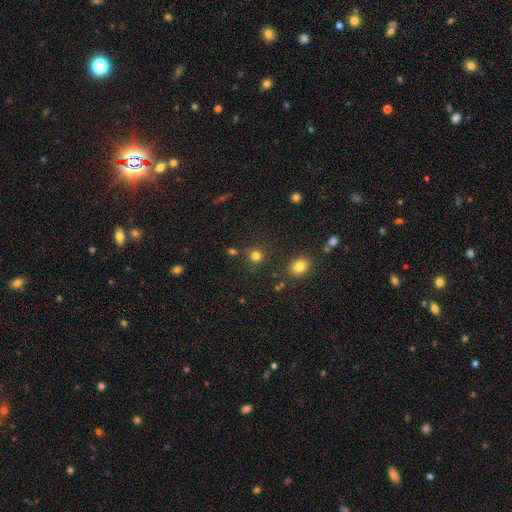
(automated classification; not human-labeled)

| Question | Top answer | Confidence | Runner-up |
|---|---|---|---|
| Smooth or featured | smooth | 79% | star or artifact (16%) |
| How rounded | round | 90% | in between (9%) |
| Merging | none | 83% | minor disturbance (8%) |